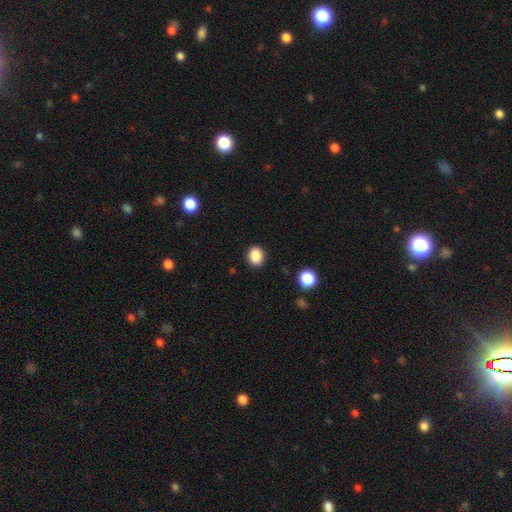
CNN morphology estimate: Smooth or featured? Predicted: smooth (p=0.88). How rounded? Predicted: round (p=0.57). Merging? Predicted: none (p=0.89).